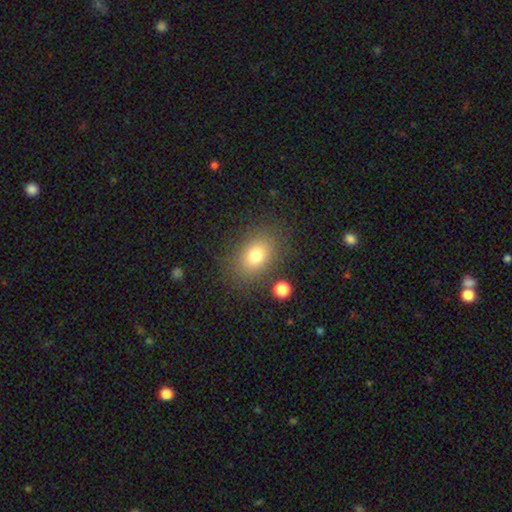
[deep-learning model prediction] This is likely a smooth galaxy (78%). How rounded: likely in between (75%). Merging: clearly none (82%).